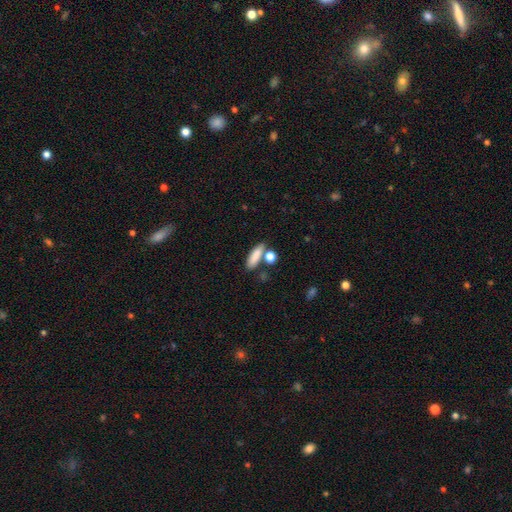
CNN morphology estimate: Smooth or featured? smooth (84%)
How rounded? in between (51%)
Merging? none (66%)